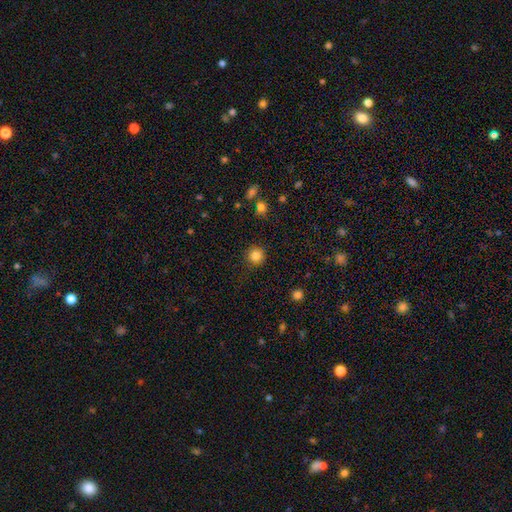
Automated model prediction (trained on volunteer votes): smooth-or-featured: smooth: 84% | star or artifact: 11% | featured or disk: 5%
  how-rounded: round: 94% | in between: 5% | cigar-shaped: 1%
  merging: none: 88% | minor disturbance: 7% | major disturbance: 3% | merger: 1%